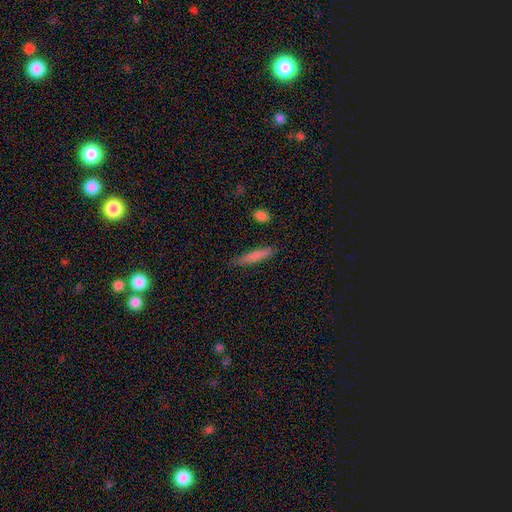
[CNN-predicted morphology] Smooth or featured?
  - smooth: 81% *
  - featured or disk: 12%
  - star or artifact: 7%
How rounded?
  - cigar-shaped: 85% *
  - in between: 13%
  - round: 2%
Merging?
  - none: 83% *
  - minor disturbance: 13%
  - major disturbance: 3%
  - merger: 2%